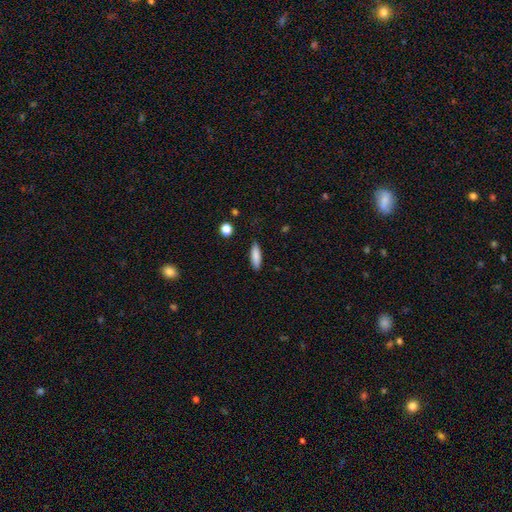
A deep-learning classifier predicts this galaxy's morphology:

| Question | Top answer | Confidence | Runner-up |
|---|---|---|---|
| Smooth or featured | smooth | 86% | featured or disk (8%) |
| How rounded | cigar-shaped | 54% | in between (44%) |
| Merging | none | 84% | minor disturbance (12%) |